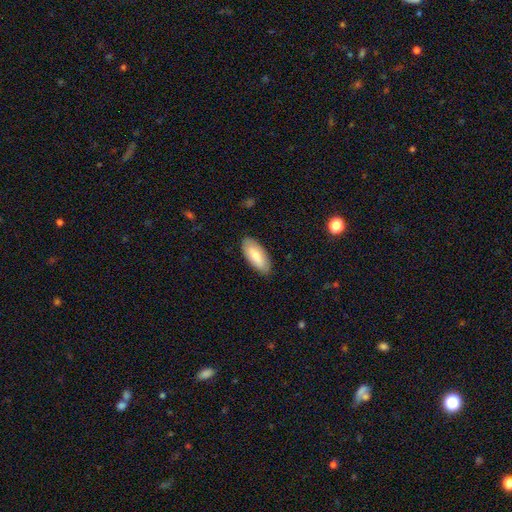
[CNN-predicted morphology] Smooth or featured? Predicted: smooth (p=0.76). How rounded? Predicted: in between (p=0.86). Merging? Predicted: none (p=0.87).